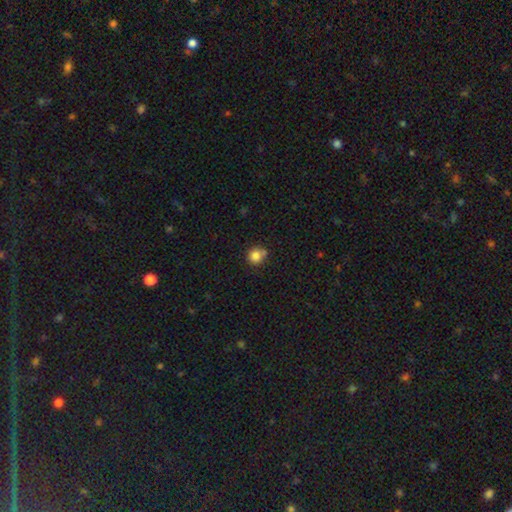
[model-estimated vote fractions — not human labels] smooth_or_featured: smooth (p=0.83) [alt: star or artifact p=0.11]
how_rounded: round (p=0.89) [alt: in between p=0.10]
merging: none (p=0.67) [alt: minor disturbance p=0.16]